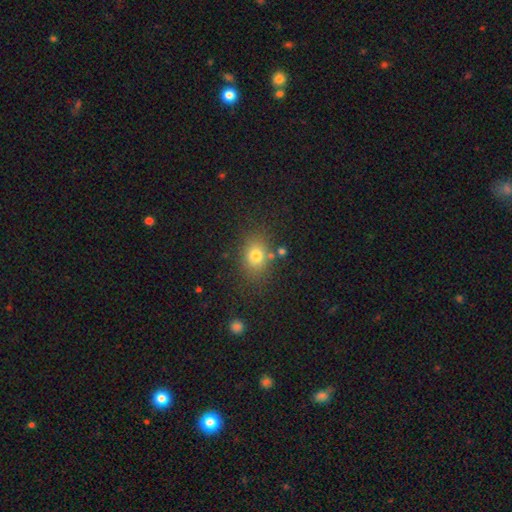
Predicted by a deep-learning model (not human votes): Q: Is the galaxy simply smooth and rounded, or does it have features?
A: smooth — 76%.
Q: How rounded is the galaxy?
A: in between — 56%.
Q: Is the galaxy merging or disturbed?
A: none — 77%.